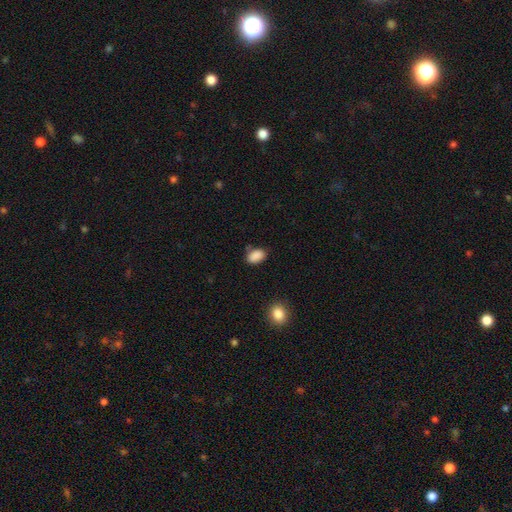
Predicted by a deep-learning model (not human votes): Smooth or featured? Predicted: smooth (p=0.88). How rounded? Predicted: in between (p=0.86). Merging? Predicted: none (p=0.77).